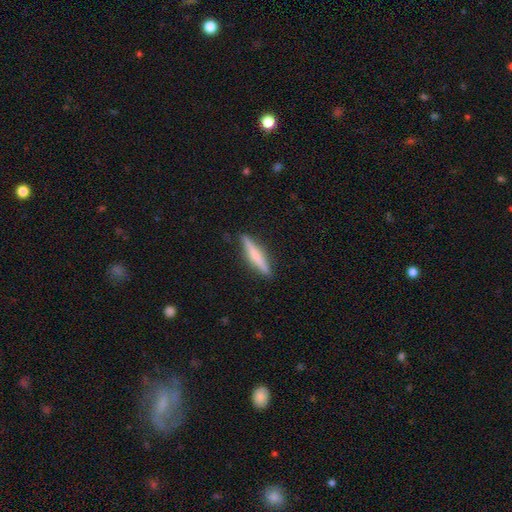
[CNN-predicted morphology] smooth-or-featured: smooth: 49% | featured or disk: 45% | star or artifact: 6%
  merging: none: 88% | minor disturbance: 9% | major disturbance: 2% | merger: 1%